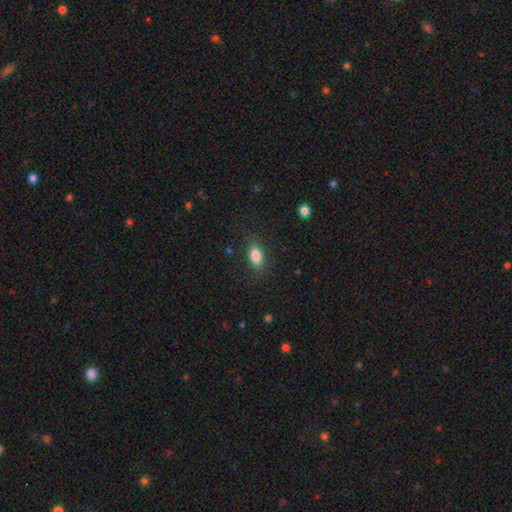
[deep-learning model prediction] Smooth or featured?
  - smooth: 85% *
  - star or artifact: 8%
  - featured or disk: 6%
How rounded?
  - in between: 86% *
  - round: 10%
  - cigar-shaped: 4%
Merging?
  - none: 83% *
  - minor disturbance: 12%
  - major disturbance: 4%
  - merger: 1%